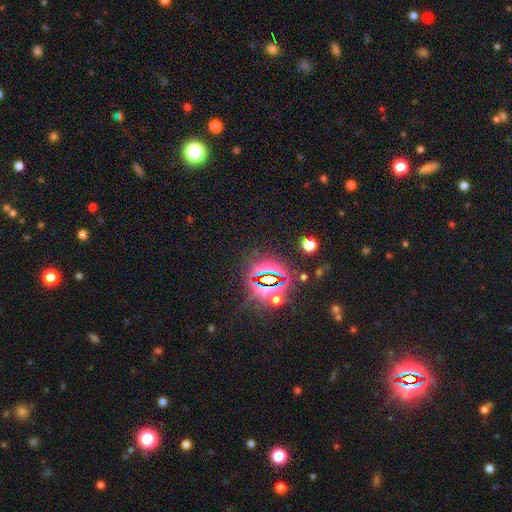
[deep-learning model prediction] This appears to be a star or artifact, not a galaxy (82%).